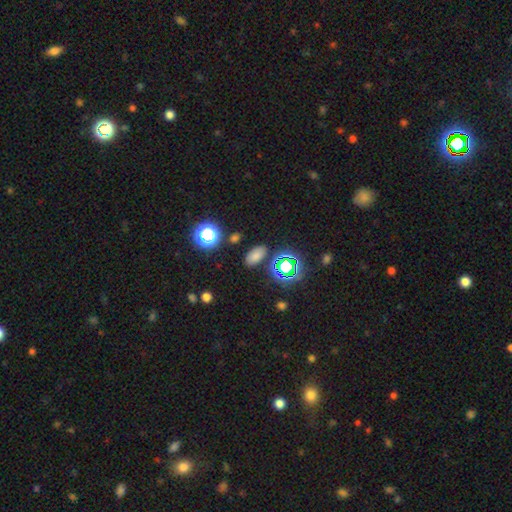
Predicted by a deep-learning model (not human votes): Smooth or featured? Predicted: smooth (p=0.69). How rounded? Predicted: in between (p=0.89). Merging? Predicted: none (p=0.84).